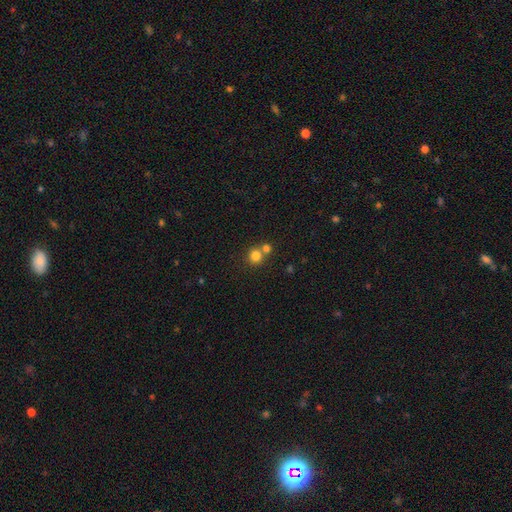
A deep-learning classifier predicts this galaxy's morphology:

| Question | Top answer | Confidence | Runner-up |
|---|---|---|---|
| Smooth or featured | smooth | 80% | star or artifact (13%) |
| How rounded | round | 88% | in between (11%) |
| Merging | none | 54% | merger (38%) |